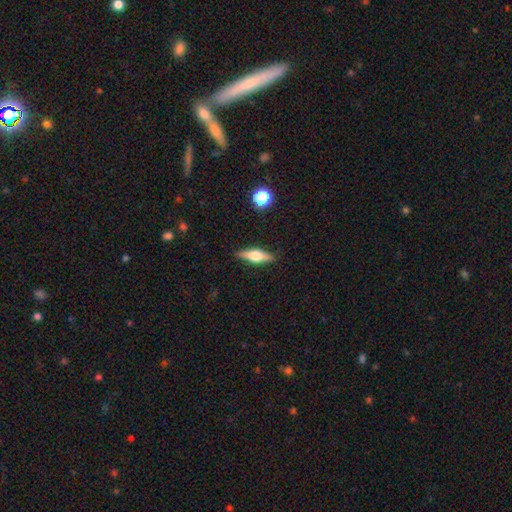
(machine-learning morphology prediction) A featured or disk galaxy (54%) viewed edge-on (94%) with a rounded central bulge (91%).

Vote fractions:
- Smooth or featured? featured or disk: 54% / smooth: 39% / star or artifact: 7%
- Edge-on disk? yes: 94% / no: 6%
- Edge-on bulge? rounded: 91% / boxy: 7% / none: 2%
- Merging? none: 88% / minor disturbance: 9% / major disturbance: 2% / merger: 1%